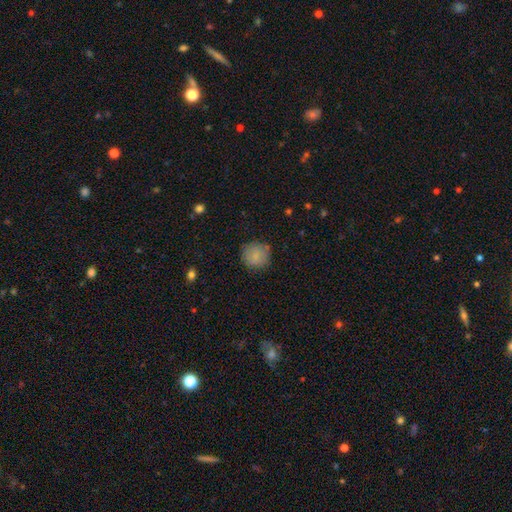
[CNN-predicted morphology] Smooth or featured?
  - smooth: 83% *
  - featured or disk: 9%
  - star or artifact: 9%
How rounded?
  - round: 89% *
  - in between: 10%
  - cigar-shaped: 1%
Merging?
  - none: 79% *
  - minor disturbance: 16%
  - major disturbance: 4%
  - merger: 2%